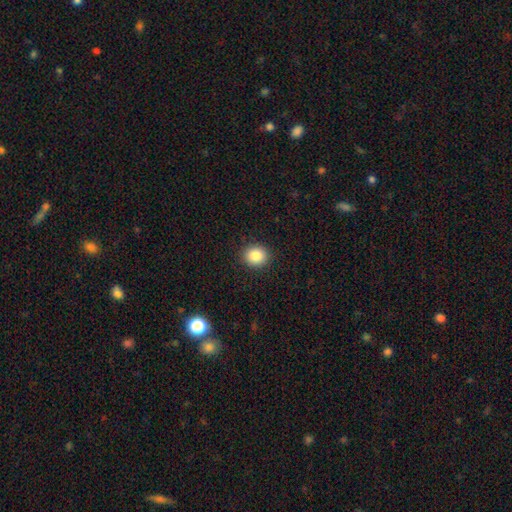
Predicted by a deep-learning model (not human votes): Smooth or featured: smooth — 85% (star or artifact — 10%)
How rounded: round — 74% (in between — 25%)
Merging: none — 91% (minor disturbance — 6%)